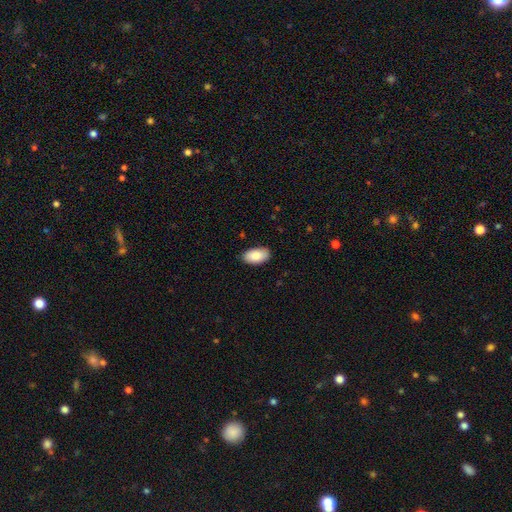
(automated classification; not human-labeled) Smooth or featured? smooth (88%)
How rounded? in between (95%)
Merging? none (86%)